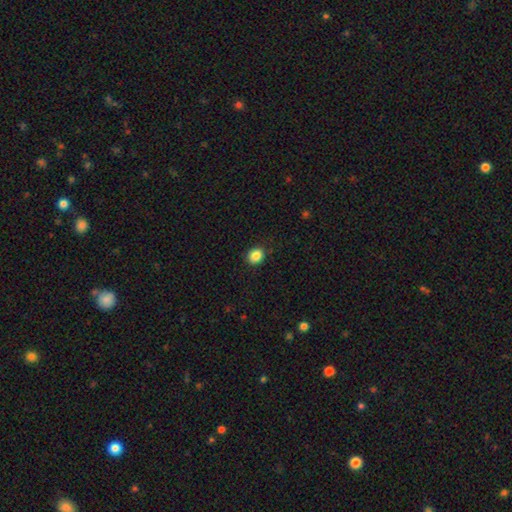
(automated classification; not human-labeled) smooth-or-featured: smooth: 86% | star or artifact: 10% | featured or disk: 4%
  how-rounded: round: 73% | in between: 26% | cigar-shaped: 1%
  merging: none: 89% | minor disturbance: 8% | major disturbance: 2% | merger: 1%